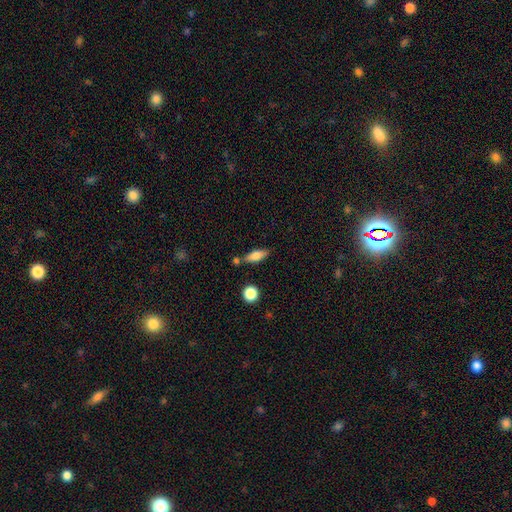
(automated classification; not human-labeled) smooth_or_featured: smooth (p=0.75) [alt: featured or disk p=0.17]
how_rounded: in between (p=0.65) [alt: cigar-shaped p=0.31]
merging: none (p=0.70) [alt: minor disturbance p=0.15]